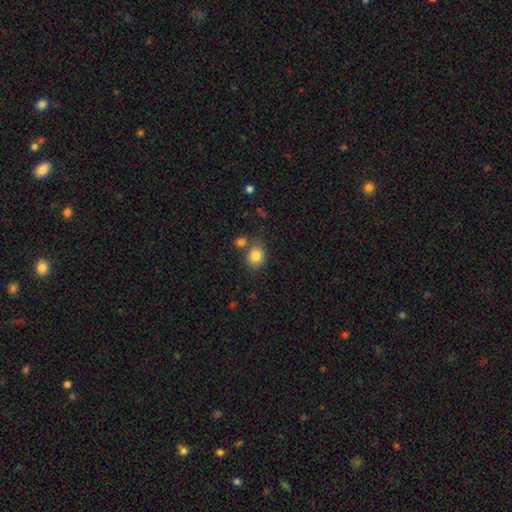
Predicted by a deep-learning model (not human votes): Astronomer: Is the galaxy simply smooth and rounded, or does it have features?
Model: smooth — 83%.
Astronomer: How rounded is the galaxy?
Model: round — 64%.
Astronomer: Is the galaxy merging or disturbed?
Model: none — 67%.